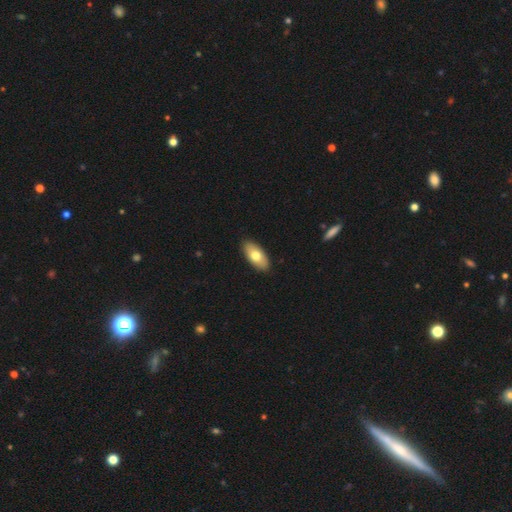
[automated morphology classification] type=smooth (72%); roundness=in between (91%); merging=none (90%).